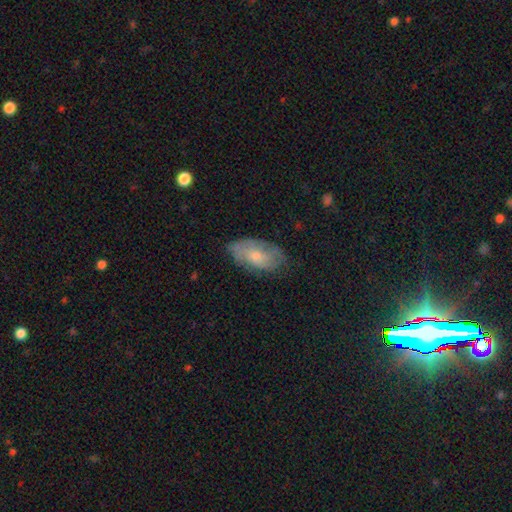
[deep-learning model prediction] This appears to be a smooth galaxy with no disk features (55%) that is in between round and cigar-shaped (92%). Merging: none (67%).